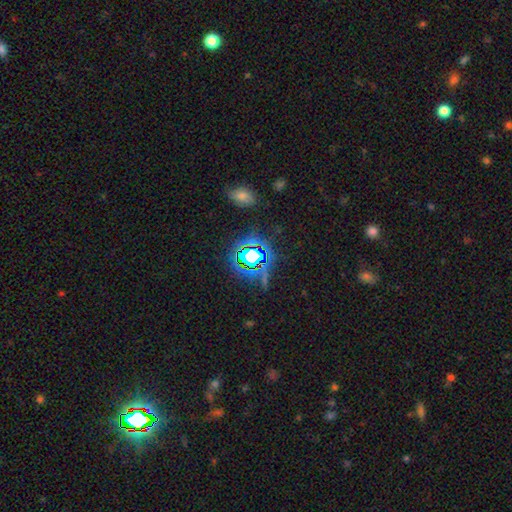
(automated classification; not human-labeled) star or artifact 75%, smooth 15%, featured or disk 10%.